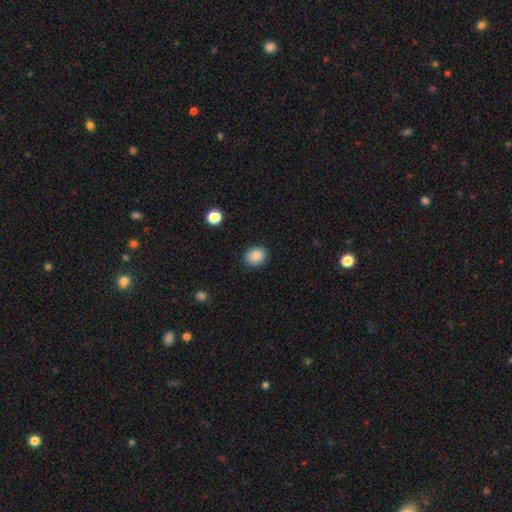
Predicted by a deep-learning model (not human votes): Smooth or featured? Predicted: smooth (p=0.88). How rounded? Predicted: round (p=0.58). Merging? Predicted: none (p=0.88).